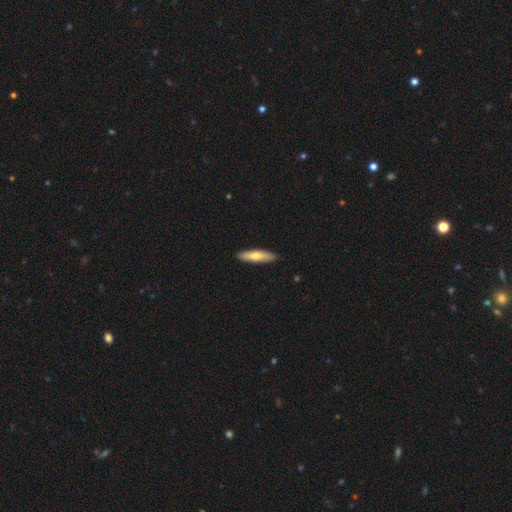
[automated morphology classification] Smooth or featured?
  - smooth: 63% *
  - featured or disk: 32%
  - star or artifact: 5%
How rounded?
  - cigar-shaped: 74% *
  - in between: 25%
  - round: 2%
Merging?
  - none: 90% *
  - minor disturbance: 7%
  - major disturbance: 1%
  - merger: 1%